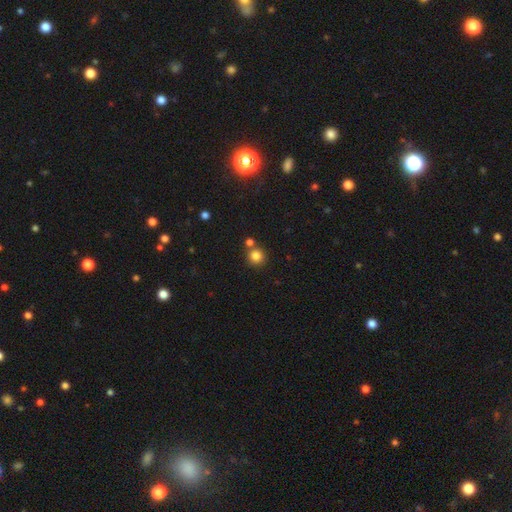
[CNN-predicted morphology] Overall: smooth (83%). How rounded: round (92%). Merging: none (72%).